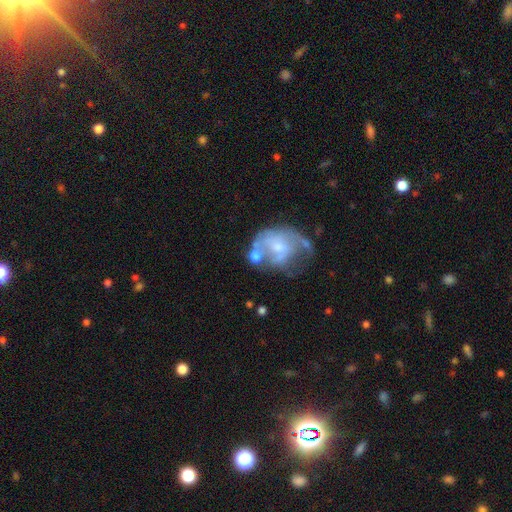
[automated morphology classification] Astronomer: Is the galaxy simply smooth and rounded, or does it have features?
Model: featured or disk — 57% (runner-up: smooth, 34%).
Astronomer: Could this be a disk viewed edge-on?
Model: no — 97%.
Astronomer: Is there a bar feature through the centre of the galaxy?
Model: no — 71%.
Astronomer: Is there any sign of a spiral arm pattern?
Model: no — 56% (runner-up: yes, 44%).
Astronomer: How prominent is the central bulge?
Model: small — 45% (runner-up: moderate, 36%).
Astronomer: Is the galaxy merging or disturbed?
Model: major disturbance — 31% (runner-up: none, 25%).